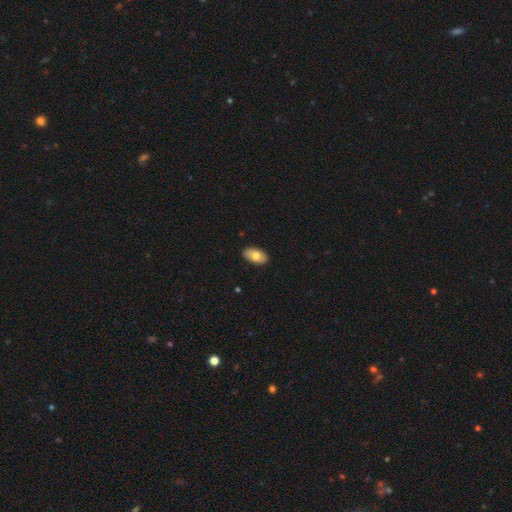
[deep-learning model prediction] smooth-or-featured: smooth: 76% | featured or disk: 18% | star or artifact: 6%
  how-rounded: in between: 94% | round: 4% | cigar-shaped: 2%
  merging: none: 89% | minor disturbance: 8% | major disturbance: 2% | merger: 1%